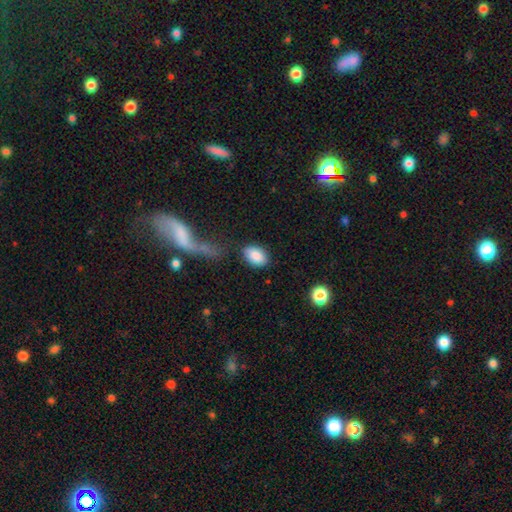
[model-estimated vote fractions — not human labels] Morphology: type=smooth (88%); roundness=in between (86%); merging=none (77%).